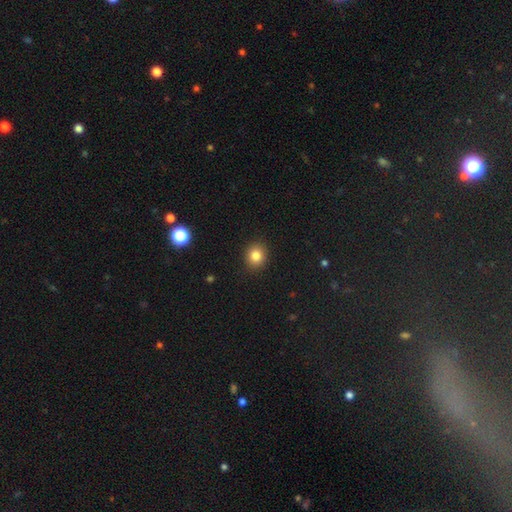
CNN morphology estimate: The model was most divided on "how rounded": round: 80%, in between: 19%, cigar-shaped: 1%. More confident: merging — none (90%); smooth or featured — smooth (83%).